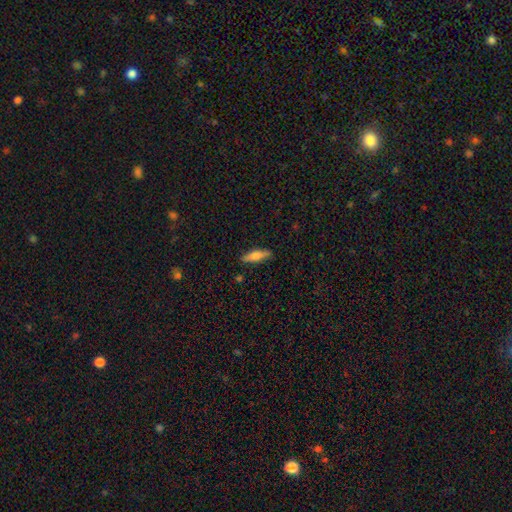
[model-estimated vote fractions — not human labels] Q: Smooth or featured?
A: smooth (64%); runner-up: featured or disk (29%)
Q: How rounded?
A: cigar-shaped (61%); runner-up: in between (36%)
Q: Merging?
A: none (88%); runner-up: minor disturbance (9%)